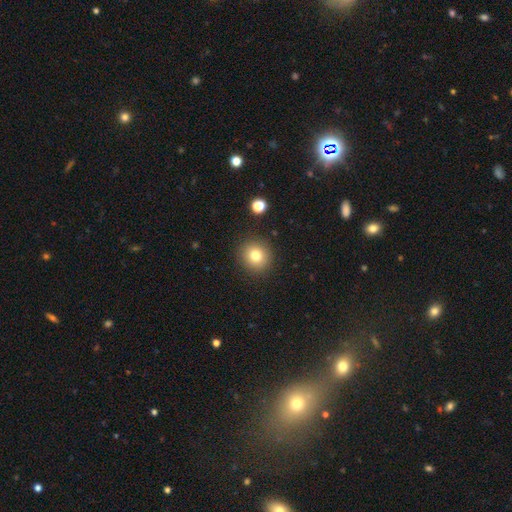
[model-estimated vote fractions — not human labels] Smooth or featured? Predicted: smooth (p=0.79). How rounded? Predicted: round (p=0.90). Merging? Predicted: none (p=0.89).